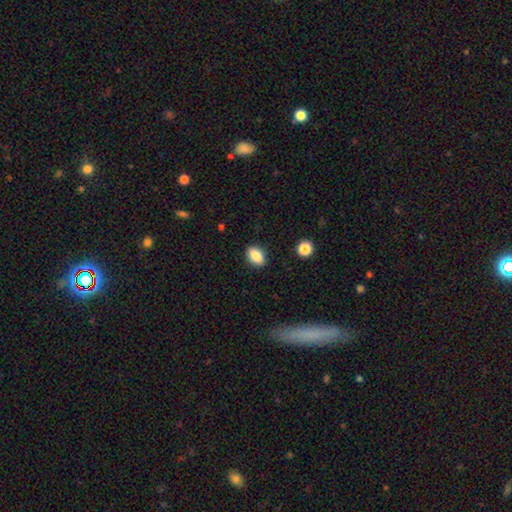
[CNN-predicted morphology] This appears to be a smooth galaxy with no disk features (86%) that is in between round and cigar-shaped (87%). Merging: none (88%).